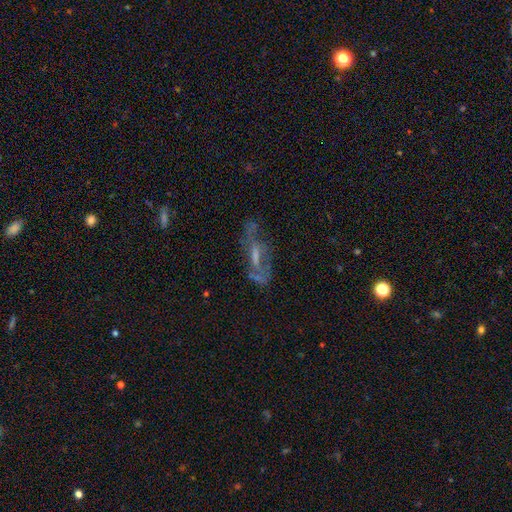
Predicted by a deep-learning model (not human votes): Q: Smooth or featured?
A: featured or disk (65%); runner-up: smooth (20%)
Q: Edge-on disk?
A: no (82%); runner-up: yes (18%)
Q: Bar?
A: no (43%); runner-up: weak (39%)
Q: Spiral arms?
A: yes (52%); runner-up: no (48%)
Q: Bulge size?
A: moderate (36%); runner-up: small (35%)
Q: Merging?
A: none (52%); runner-up: major disturbance (22%)